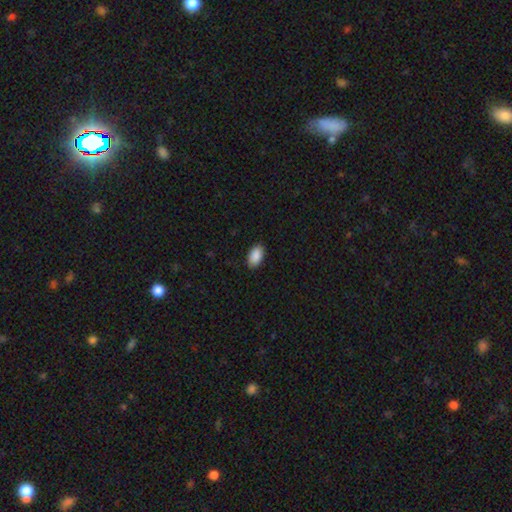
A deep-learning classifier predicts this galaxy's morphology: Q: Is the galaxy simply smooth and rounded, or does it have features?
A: smooth — 90%.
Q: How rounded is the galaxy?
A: in between — 95%.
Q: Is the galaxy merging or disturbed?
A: none — 89%.